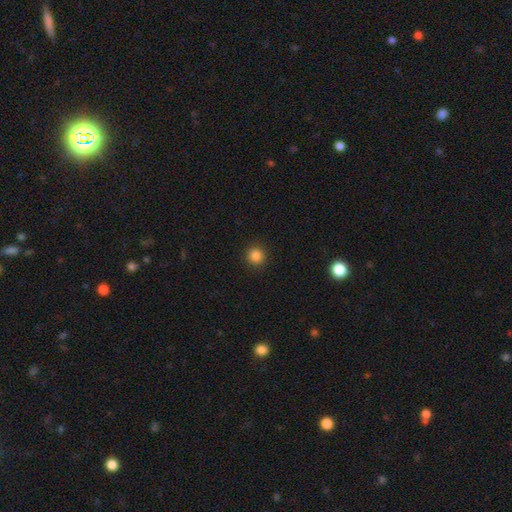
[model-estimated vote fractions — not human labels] Overall: smooth (85%). How rounded: round (94%). Merging: none (92%).